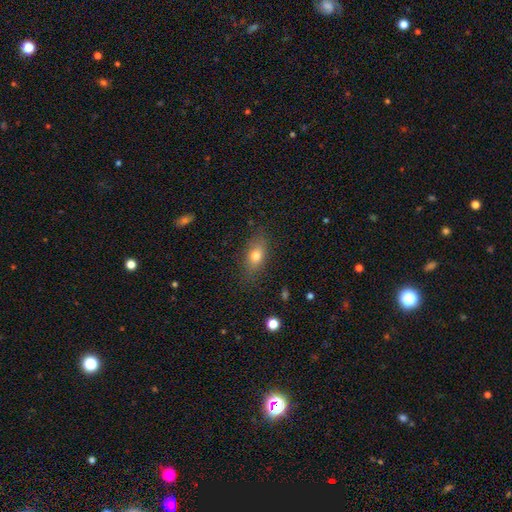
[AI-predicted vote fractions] Smooth or featured? Predicted: smooth (p=0.74). How rounded? Predicted: in between (p=0.76). Merging? Predicted: none (p=0.80).